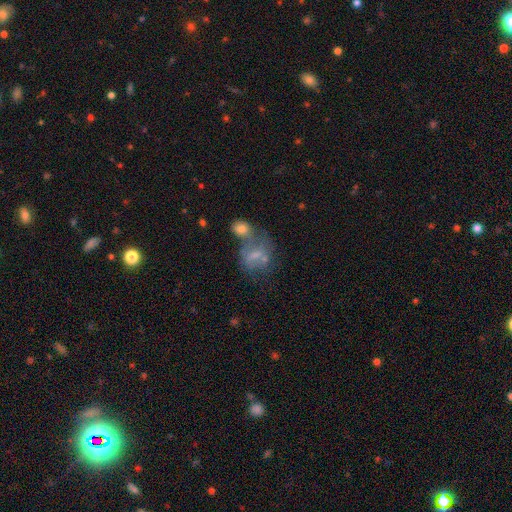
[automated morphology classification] smooth_or_featured: smooth (p=0.51) [alt: featured or disk p=0.36]
how_rounded: in between (p=0.57) [alt: round p=0.40]
merging: merger (p=0.43) [alt: none p=0.25]